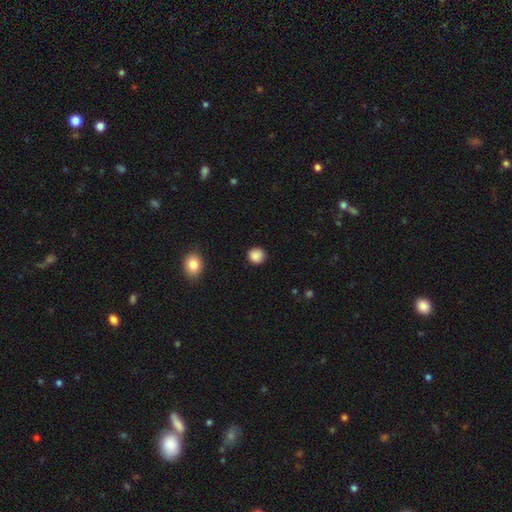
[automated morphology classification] This appears to be a smooth galaxy with no disk features (87%) that is round (87%). Merging: none (87%).